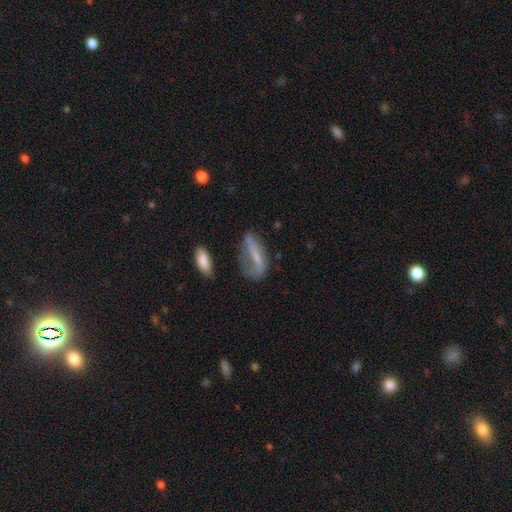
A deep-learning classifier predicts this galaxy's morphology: A featured or disk galaxy (46%).

Vote fractions:
- Smooth or featured? featured or disk: 46% / smooth: 43% / star or artifact: 11%
- Merging? none: 35% / major disturbance: 34% / minor disturbance: 25% / merger: 6%